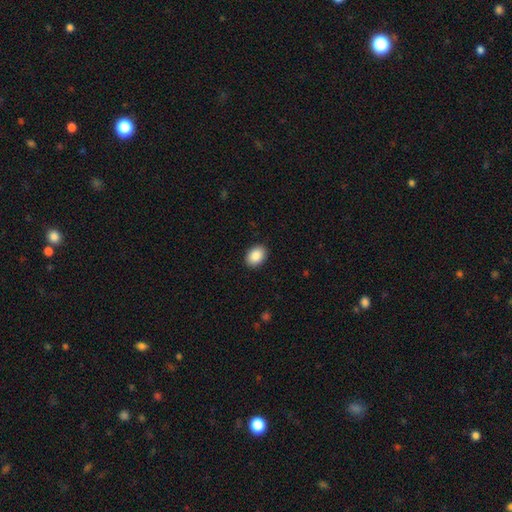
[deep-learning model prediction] The model was most divided on "how rounded": in between: 75%, round: 25%, cigar-shaped: 1%. More confident: merging — none (90%); smooth or featured — smooth (89%).